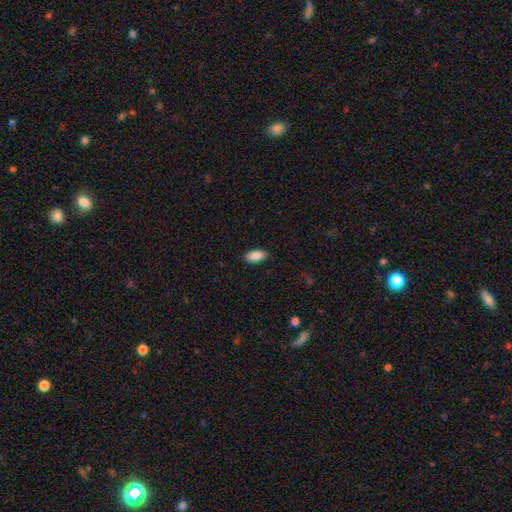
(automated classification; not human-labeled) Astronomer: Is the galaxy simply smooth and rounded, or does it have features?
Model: smooth — 88%.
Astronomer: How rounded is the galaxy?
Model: in between — 92%.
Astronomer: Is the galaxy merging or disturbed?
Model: none — 87%.